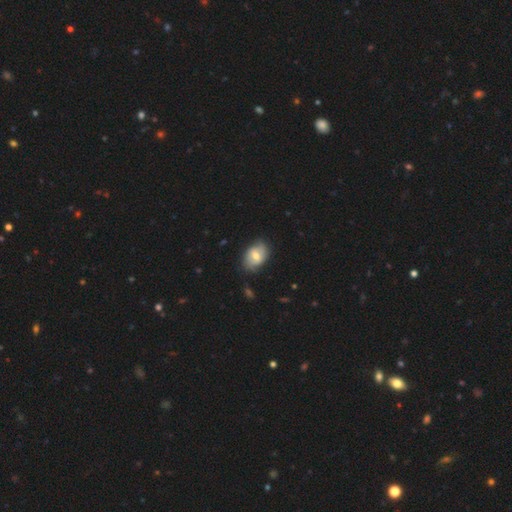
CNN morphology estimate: This is possibly a smooth galaxy (50%). Merging: likely none (71%).